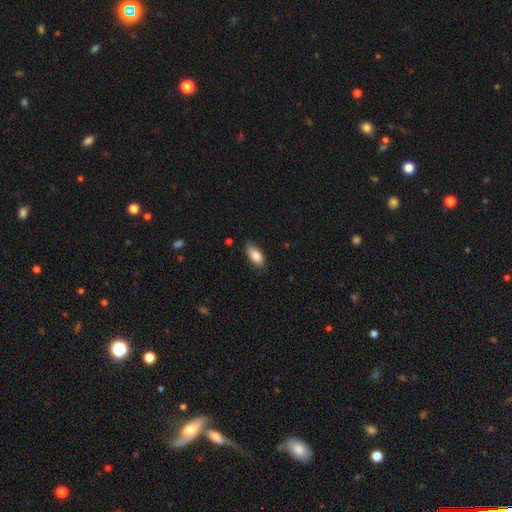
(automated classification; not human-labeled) Overall: smooth (84%). How rounded: in between (83%). Merging: none (75%).